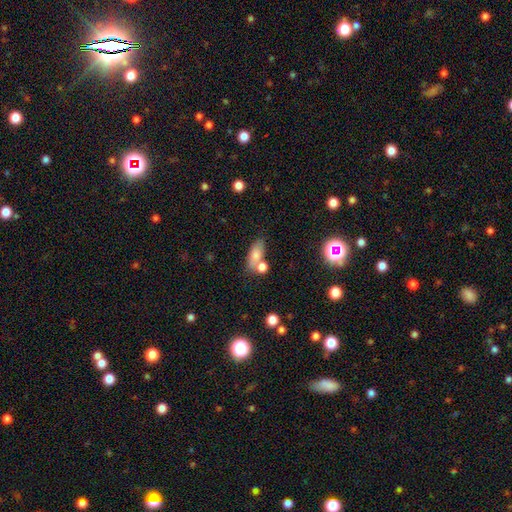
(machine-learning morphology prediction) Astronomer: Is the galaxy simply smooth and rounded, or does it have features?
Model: smooth — 75%.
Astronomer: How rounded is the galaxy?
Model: in between — 78%.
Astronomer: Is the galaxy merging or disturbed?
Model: none — 54%.